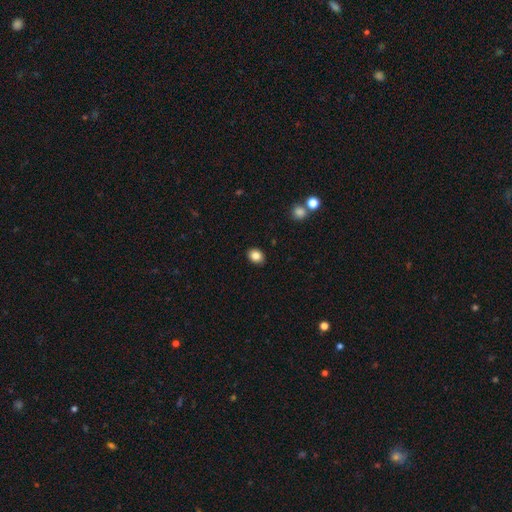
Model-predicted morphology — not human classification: Overall: smooth (85%). How rounded: in between (60%; round 39%). Merging: none (90%).